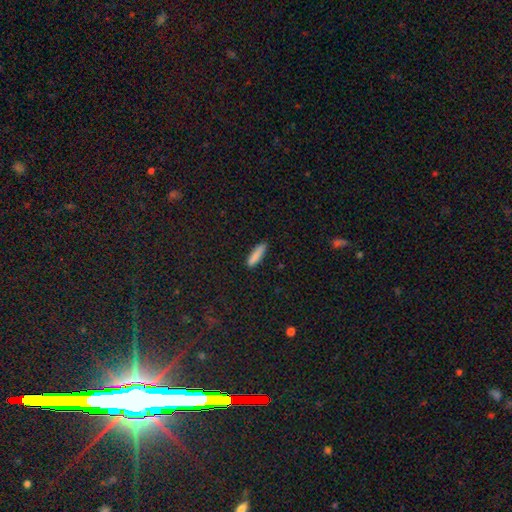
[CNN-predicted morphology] type=smooth (87%); roundness=cigar-shaped (78%); merging=none (86%).